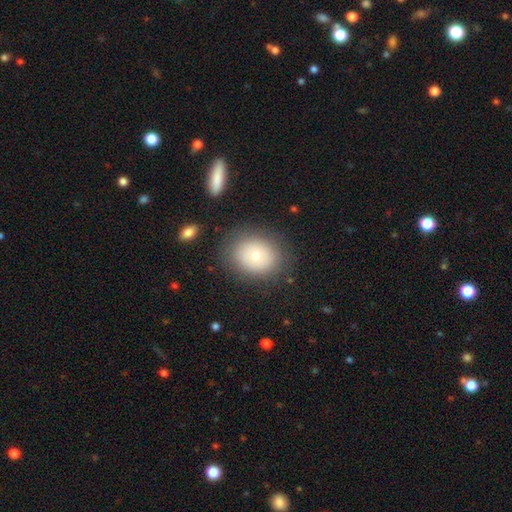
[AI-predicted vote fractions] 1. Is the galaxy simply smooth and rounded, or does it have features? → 68% smooth, 21% featured or disk, 11% star or artifact.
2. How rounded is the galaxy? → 64% round, 35% in between, 1% cigar-shaped.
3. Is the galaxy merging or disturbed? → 81% none, 12% minor disturbance, 5% major disturbance, 2% merger.